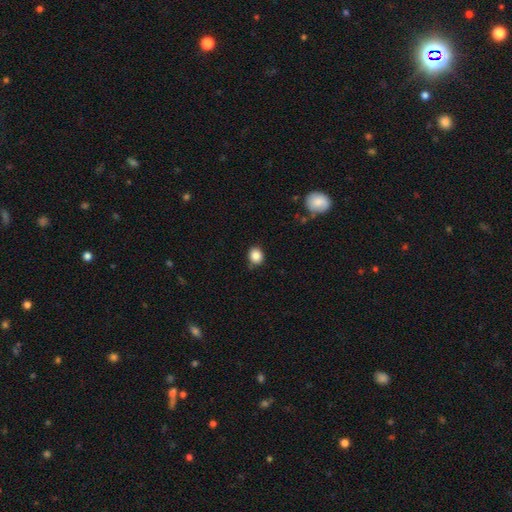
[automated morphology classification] This appears to be a smooth galaxy with no disk features (86%) that is round (69%). Merging: none (82%).